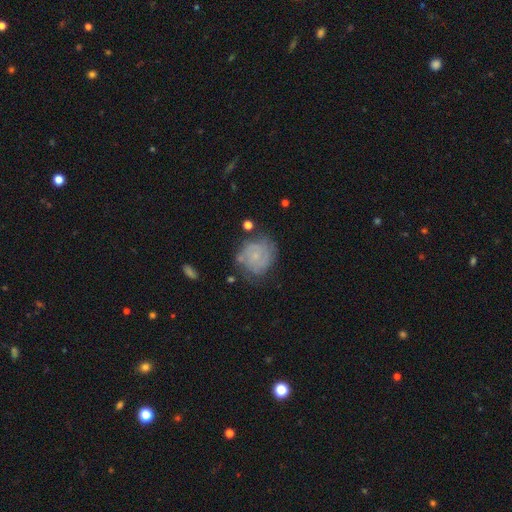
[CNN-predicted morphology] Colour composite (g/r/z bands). It shows a featured or disk galaxy (63%) with no bar (77%), tight (61%) spiral arms (84%) and a small central bulge (75%). Merging: none (61%).